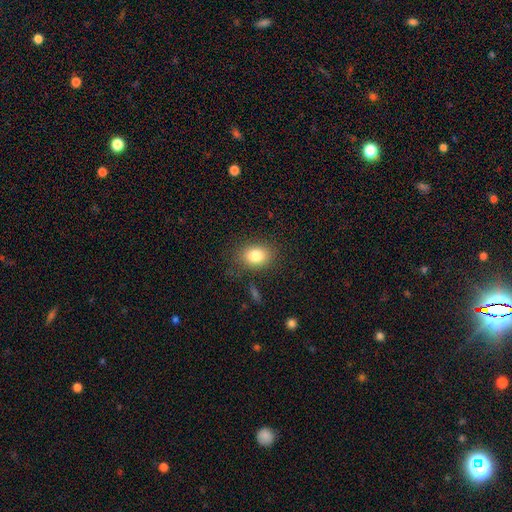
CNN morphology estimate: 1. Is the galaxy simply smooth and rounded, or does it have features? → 81% smooth, 10% star or artifact, 9% featured or disk.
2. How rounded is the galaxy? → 61% in between, 37% round, 1% cigar-shaped.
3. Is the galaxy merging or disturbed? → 81% none, 12% minor disturbance, 4% major disturbance, 2% merger.